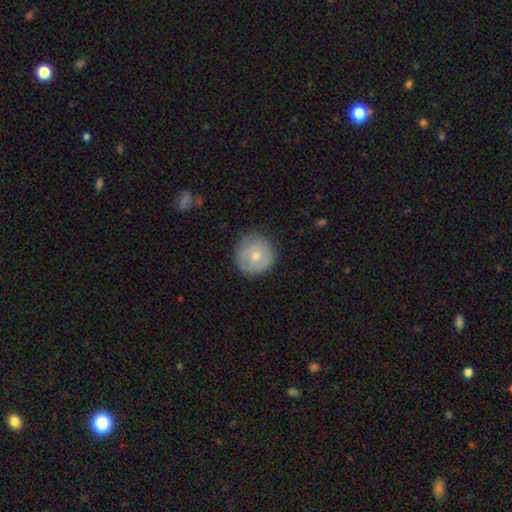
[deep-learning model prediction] Morphology: type=smooth (67%); roundness=round (95%); merging=none (84%).